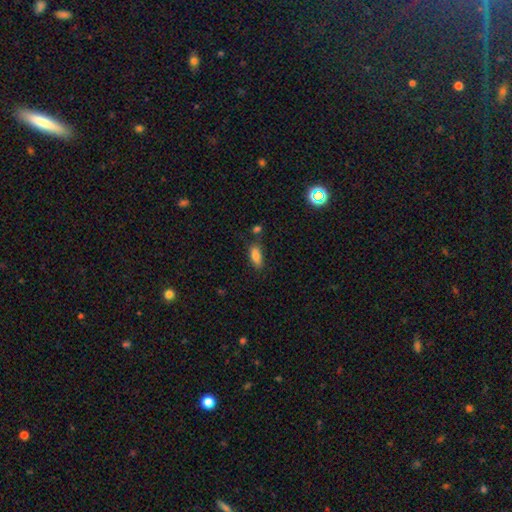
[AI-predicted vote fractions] This is clearly a smooth galaxy (83%). How rounded: clearly in between (81%). Merging: likely none (71%).